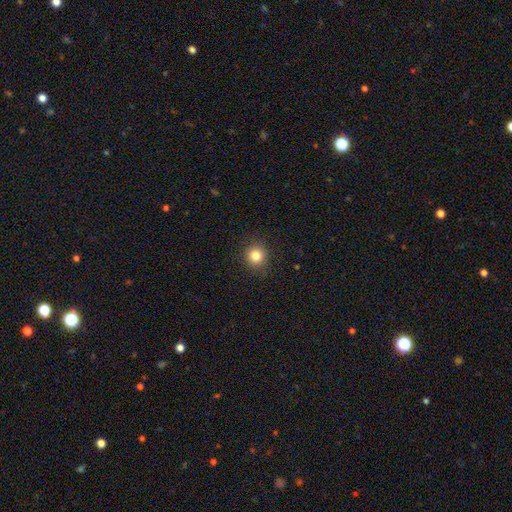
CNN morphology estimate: type=smooth (82%); roundness=round (89%); merging=none (90%).